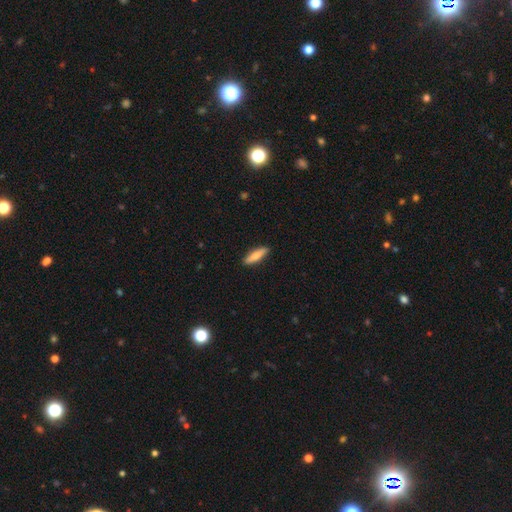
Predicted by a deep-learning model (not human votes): Smooth or featured? Predicted: smooth (p=0.74). How rounded? Predicted: cigar-shaped (p=0.69). Merging? Predicted: none (p=0.89).